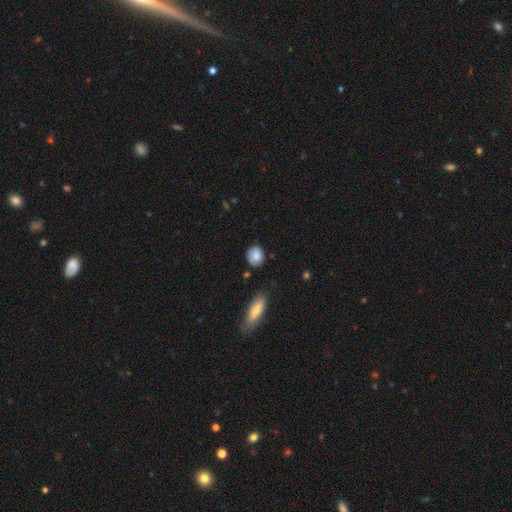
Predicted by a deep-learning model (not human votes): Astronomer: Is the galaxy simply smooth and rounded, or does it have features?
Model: smooth — 83%.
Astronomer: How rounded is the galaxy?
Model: round — 50% (runner-up: in between, 48%).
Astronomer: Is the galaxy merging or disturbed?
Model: none — 74%.